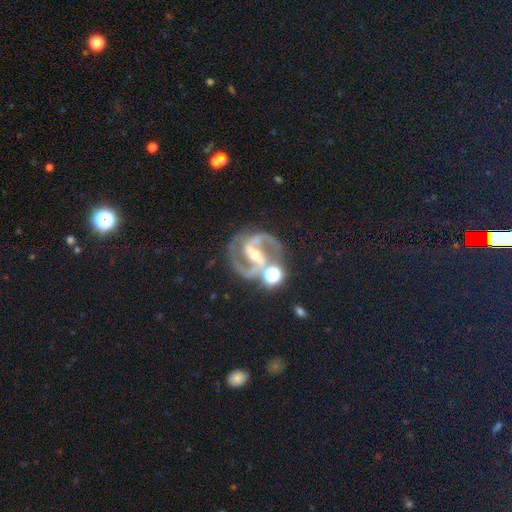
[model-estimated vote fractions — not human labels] The model was most divided on "bulge size": small: 52%, moderate: 43%, large: 2%, none: 1%, dominant: 1%. More confident: edge-on disk — no (97%); spiral arms — yes (97%); spiral arm count — 2 (92%); smooth or featured — featured or disk (89%); merging — none (69%); bar — strong (62%); spiral winding — medium (61%).